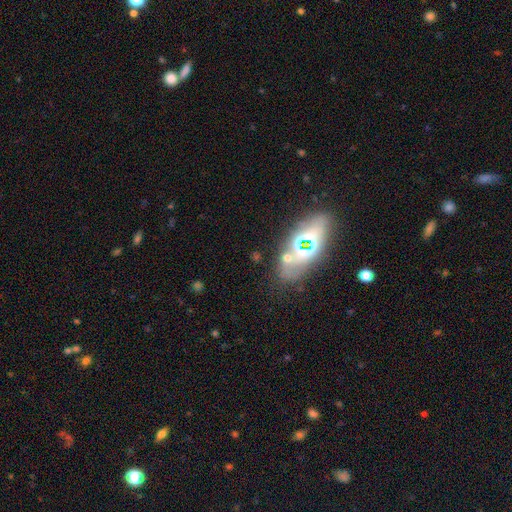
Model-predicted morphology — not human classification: Overall: star or artifact (42%; smooth 36%).